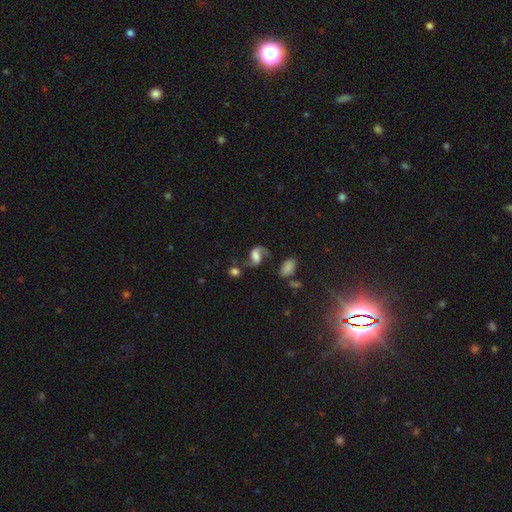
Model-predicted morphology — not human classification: This appears to be a featured or disk galaxy (73%) with a weak bar (42%), 2 (88%) loose (62%) spiral arms (93%) and a large central bulge (32%). Merging: none (55%).